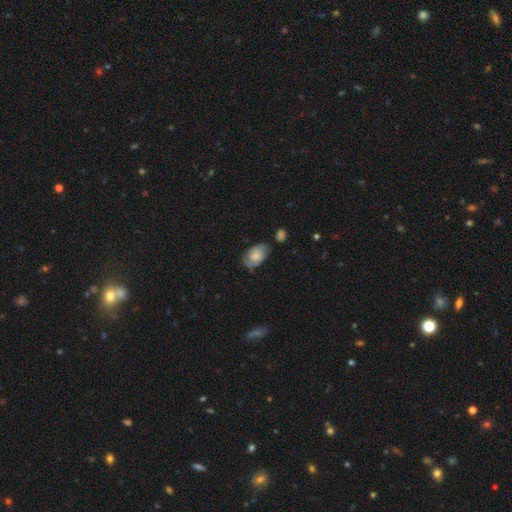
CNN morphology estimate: This is possibly a featured or disk galaxy (47%). Merging: possibly none (60%).